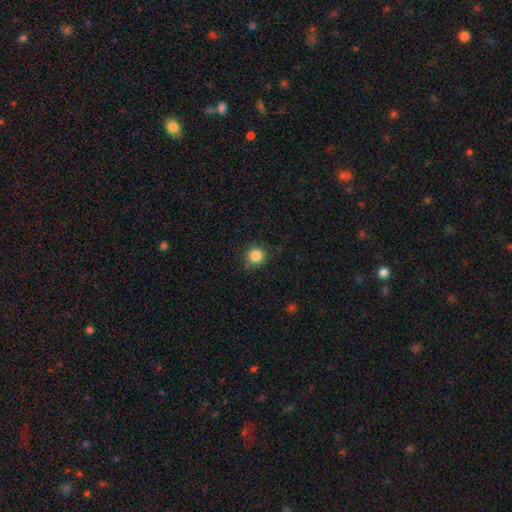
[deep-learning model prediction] A smooth galaxy with no disk features (84%) that is round (93%).

Vote fractions:
- Smooth or featured? smooth: 84% / star or artifact: 11% / featured or disk: 5%
- How rounded? round: 93% / in between: 6% / cigar-shaped: 1%
- Merging? none: 83% / minor disturbance: 13% / major disturbance: 3% / merger: 1%